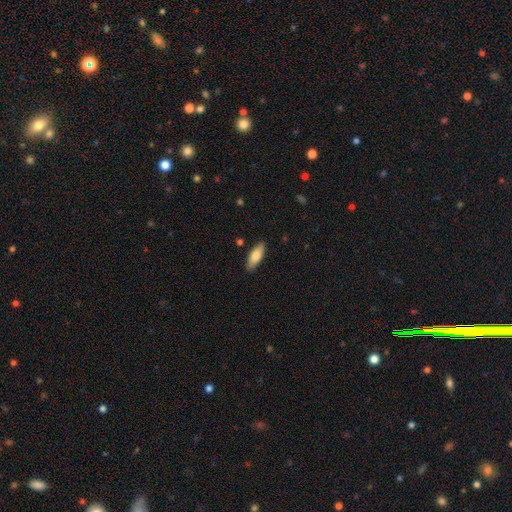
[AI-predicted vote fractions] A smooth galaxy with no disk features (77%) that is in between round and cigar-shaped (71%). Merging: none (87%).